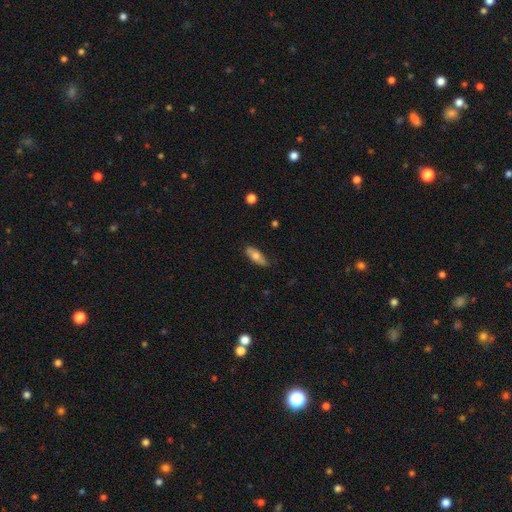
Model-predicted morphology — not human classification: Q: Smooth or featured?
A: smooth (66%); runner-up: featured or disk (28%)
Q: How rounded?
A: in between (74%); runner-up: cigar-shaped (23%)
Q: Merging?
A: none (78%); runner-up: minor disturbance (18%)